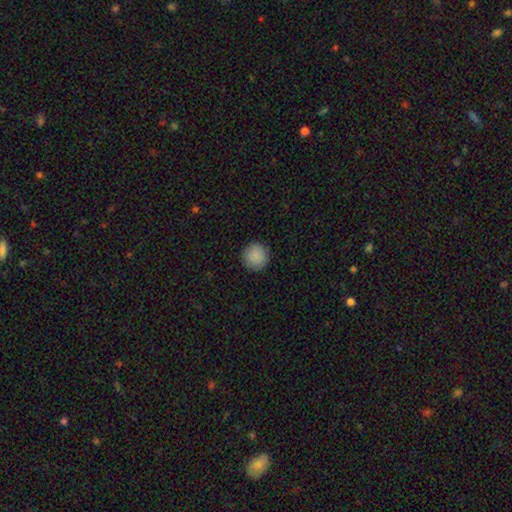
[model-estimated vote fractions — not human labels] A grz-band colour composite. It shows a smooth galaxy with no disk features (88%) that is round (95%). Merging: none (91%).